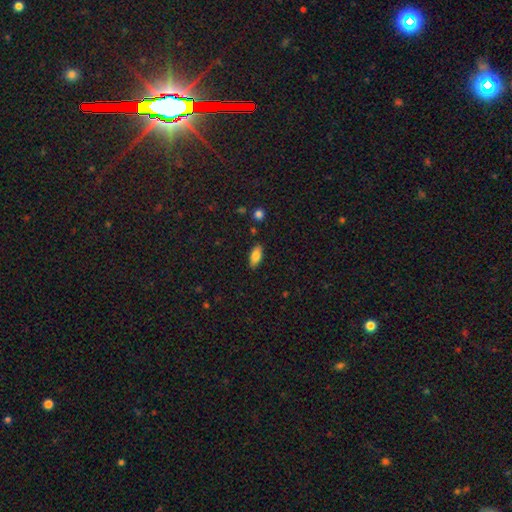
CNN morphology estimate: smooth-or-featured: smooth: 80% | featured or disk: 12% | star or artifact: 7%
  how-rounded: in between: 85% | cigar-shaped: 13% | round: 3%
  merging: none: 87% | minor disturbance: 10% | major disturbance: 2% | merger: 2%